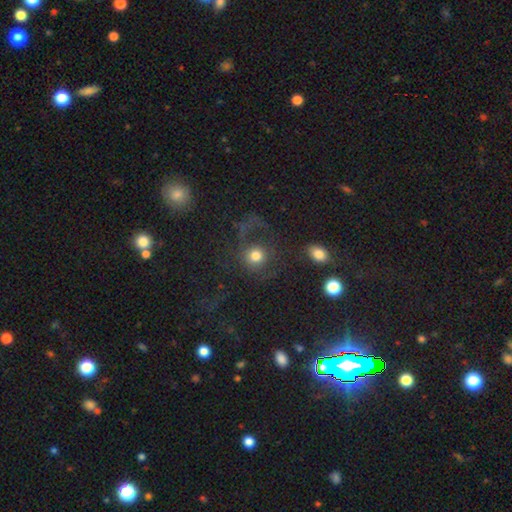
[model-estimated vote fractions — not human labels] Overall: smooth (63%; featured or disk 24%). How rounded: round (87%). Merging: none (50%; major disturbance 31%).